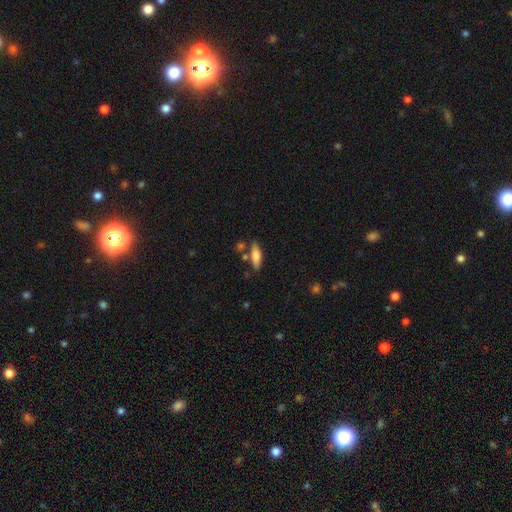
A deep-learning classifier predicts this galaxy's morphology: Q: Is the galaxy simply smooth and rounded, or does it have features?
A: smooth — 72%.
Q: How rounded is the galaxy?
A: in between — 54%.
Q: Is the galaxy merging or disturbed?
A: none — 73%.